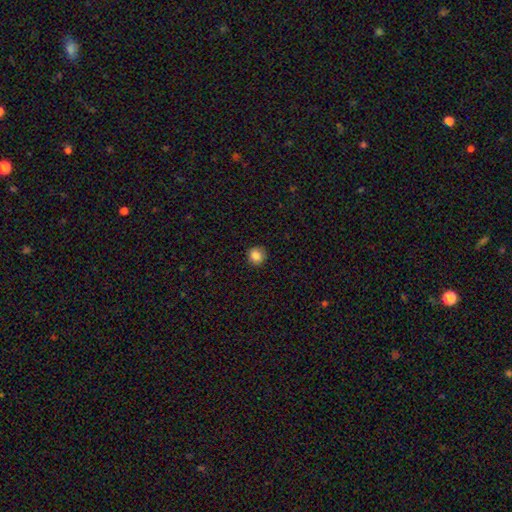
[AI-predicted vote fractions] Overall: smooth (86%). How rounded: round (91%). Merging: none (89%).